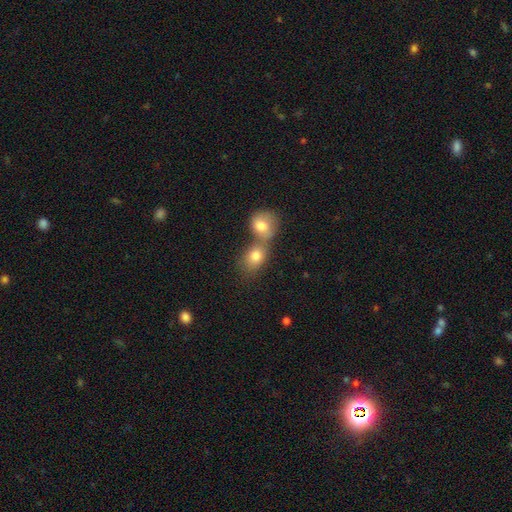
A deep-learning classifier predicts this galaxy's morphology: Smooth or featured?
  - smooth: 78% *
  - featured or disk: 12%
  - star or artifact: 9%
How rounded?
  - in between: 49% * (tied)
  - round: 49% * (tied)
  - cigar-shaped: 2%
Merging?
  - merger: 61% *
  - none: 29%
  - minor disturbance: 7%
  - major disturbance: 3%